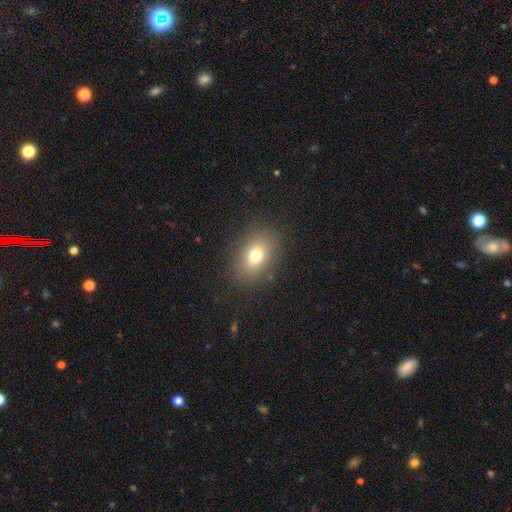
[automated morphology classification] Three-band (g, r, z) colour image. It shows a smooth galaxy with no disk features (74%) that is in between round and cigar-shaped (72%). Merging: none (85%).